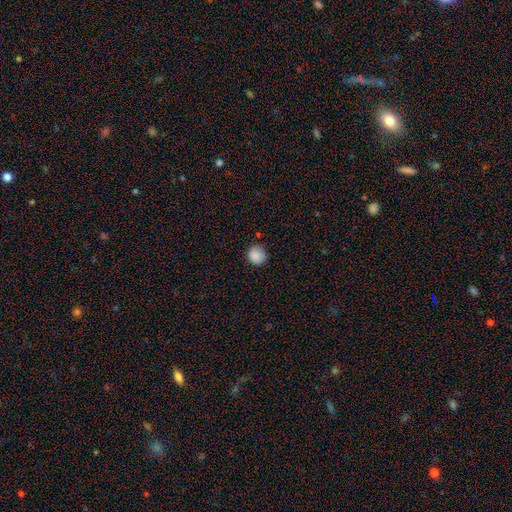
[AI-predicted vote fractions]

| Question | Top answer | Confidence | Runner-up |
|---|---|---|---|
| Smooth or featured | smooth | 87% | star or artifact (9%) |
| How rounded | round | 92% | in between (7%) |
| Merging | none | 83% | minor disturbance (13%) |